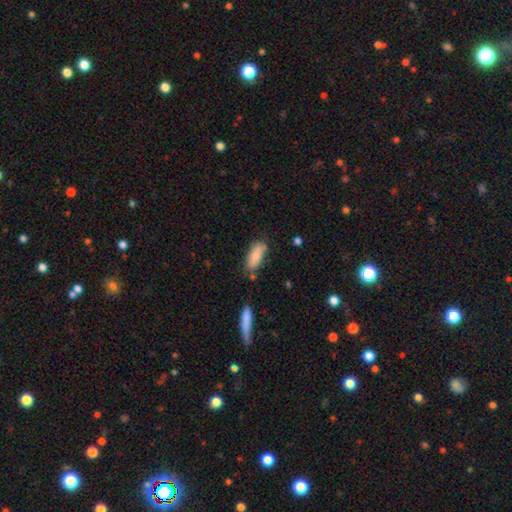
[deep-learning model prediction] Overall: smooth (82%). How rounded: in between (75%). Merging: none (72%).